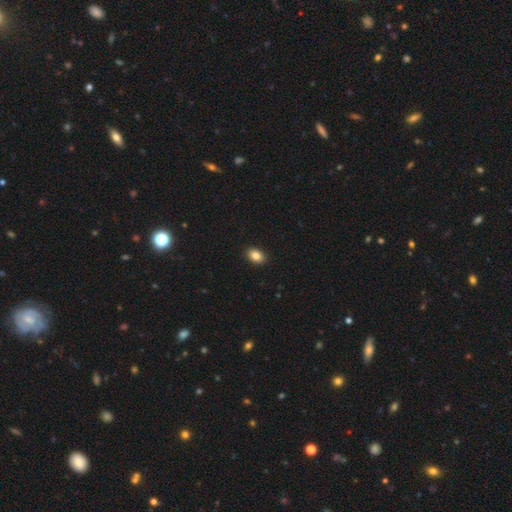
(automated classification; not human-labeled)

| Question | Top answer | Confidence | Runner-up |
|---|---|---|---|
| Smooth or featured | smooth | 86% | star or artifact (9%) |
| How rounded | in between | 83% | round (16%) |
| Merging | none | 91% | minor disturbance (6%) |